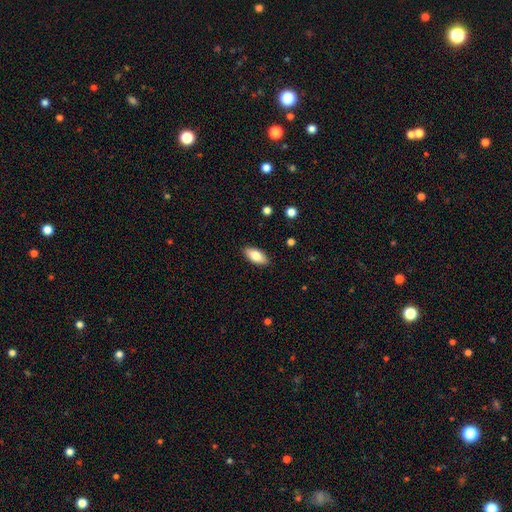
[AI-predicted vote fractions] This appears to be a smooth galaxy with no disk features (81%) that is in between round and cigar-shaped (87%). Merging: none (88%).